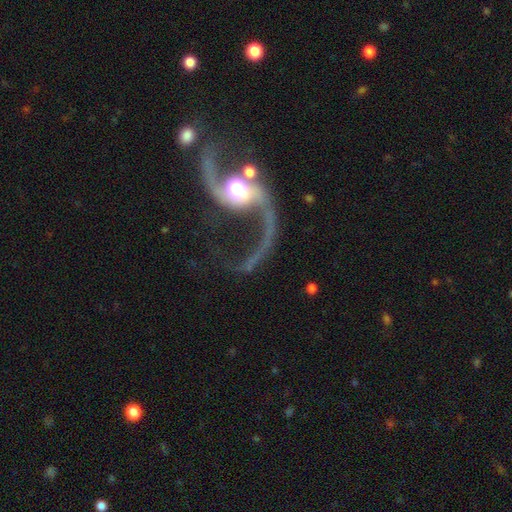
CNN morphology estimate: Smooth or featured? featured or disk (90%)
Edge-on disk? no (96%)
Bar? no (47%)
Spiral arms? yes (97%)
Spiral winding? loose (77%)
Spiral arm count? 2 (94%)
Bulge size? moderate (52%)
Merging? none (61%)